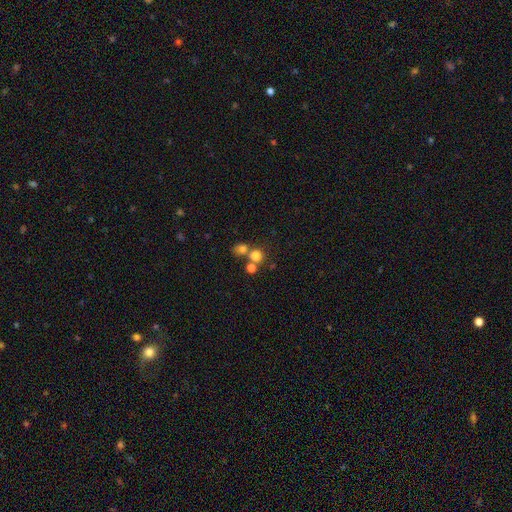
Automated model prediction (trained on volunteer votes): A smooth galaxy with no disk features (74%) that is round (84%). Merging: none (51%).